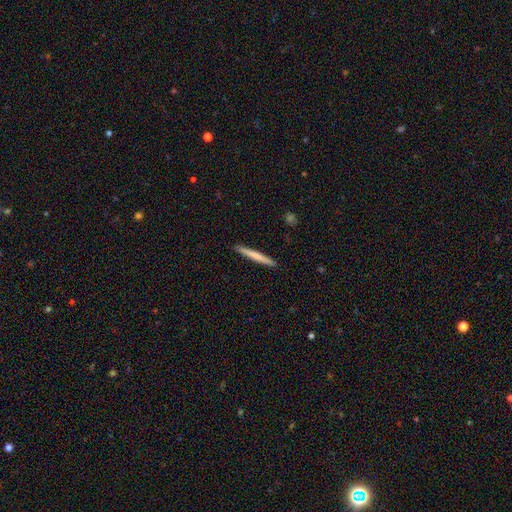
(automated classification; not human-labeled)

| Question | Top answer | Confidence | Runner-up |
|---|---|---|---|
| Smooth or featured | smooth | 67% | featured or disk (28%) |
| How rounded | cigar-shaped | 97% | in between (2%) |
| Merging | none | 92% | minor disturbance (5%) |